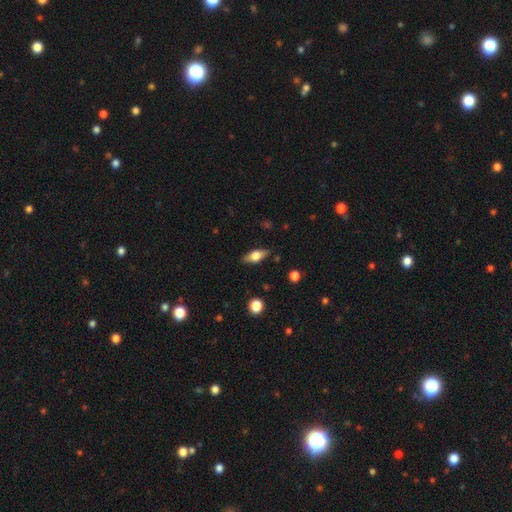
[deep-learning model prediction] A smooth galaxy with no disk features (54%) that is in between round and cigar-shaped (73%).

Vote fractions:
- Smooth or featured? smooth: 54% / featured or disk: 39% / star or artifact: 7%
- How rounded? in between: 73% / cigar-shaped: 22% / round: 5%
- Merging? none: 85% / minor disturbance: 11% / major disturbance: 3% / merger: 1%